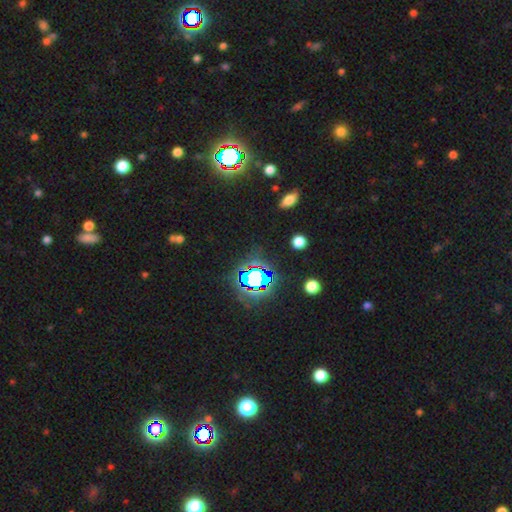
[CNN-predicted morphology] This is clearly a star or artifact rather than a galaxy (81%).